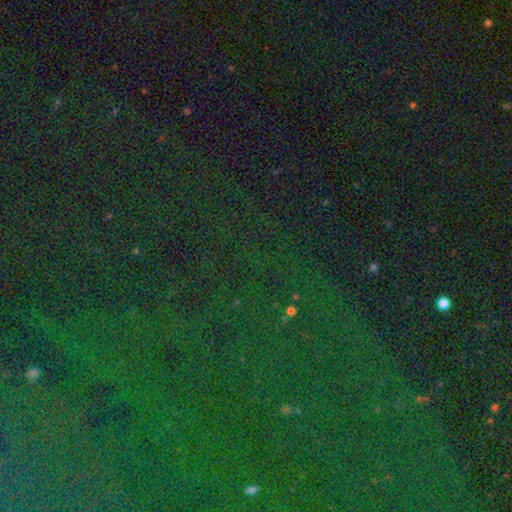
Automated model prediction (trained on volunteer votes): This appears to be a star or artifact, not a galaxy (83%).